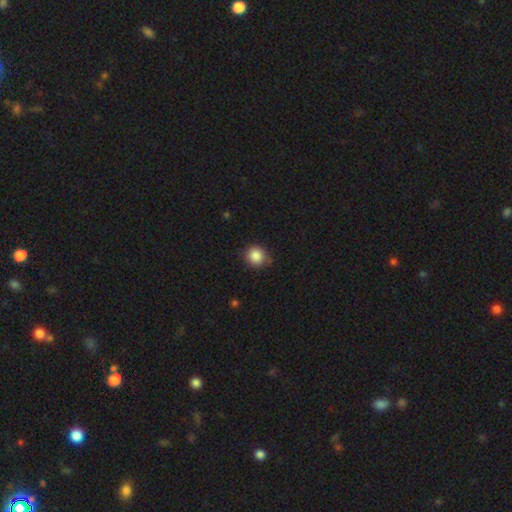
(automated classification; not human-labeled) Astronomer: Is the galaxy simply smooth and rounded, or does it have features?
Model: smooth — 87%.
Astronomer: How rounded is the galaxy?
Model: round — 89%.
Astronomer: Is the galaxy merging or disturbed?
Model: none — 83%.